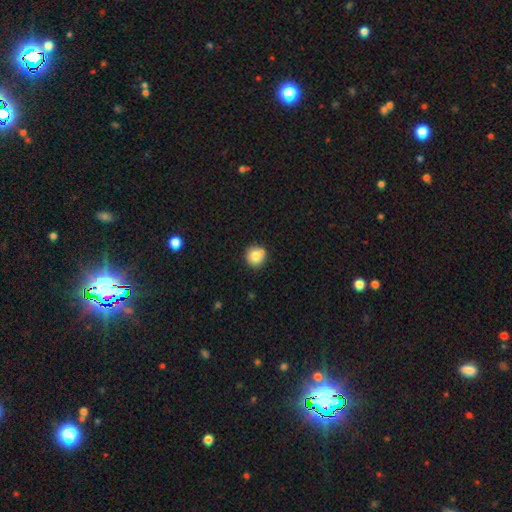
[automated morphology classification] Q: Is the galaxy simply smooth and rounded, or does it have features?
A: smooth — 79%.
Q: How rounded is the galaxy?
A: round — 92%.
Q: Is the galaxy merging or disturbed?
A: none — 70%.